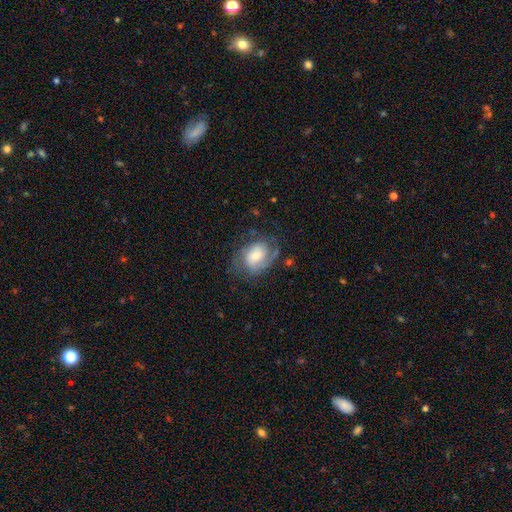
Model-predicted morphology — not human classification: Q: Smooth or featured?
A: featured or disk (67%); runner-up: smooth (26%)
Q: Edge-on disk?
A: no (97%); runner-up: yes (3%)
Q: Bar?
A: no (59%); runner-up: weak (34%)
Q: Spiral arms?
A: yes (88%); runner-up: no (12%)
Q: Spiral winding?
A: medium (40%); tied with: tight (40%)
Q: Spiral arm count?
A: 2 (43%); runner-up: can't tell (24%)
Q: Bulge size?
A: moderate (45%); runner-up: small (42%)
Q: Merging?
A: none (59%); runner-up: minor disturbance (22%)